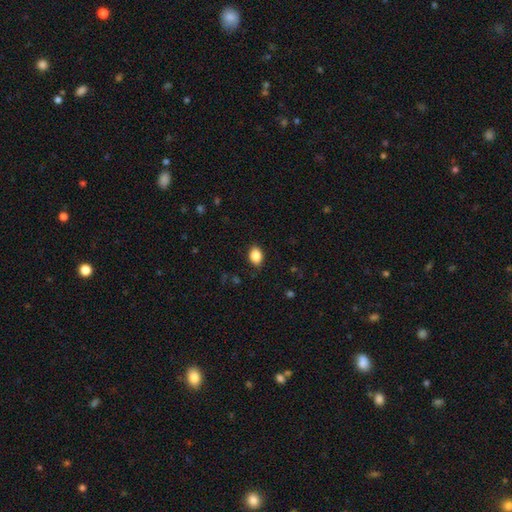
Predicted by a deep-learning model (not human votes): smooth-or-featured: smooth: 88% | star or artifact: 8% | featured or disk: 4%
  how-rounded: in between: 77% | round: 22% | cigar-shaped: 1%
  merging: none: 86% | minor disturbance: 10% | major disturbance: 2% | merger: 1%